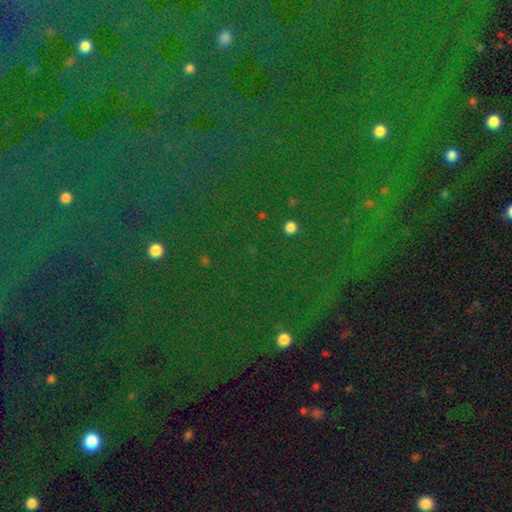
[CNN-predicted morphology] Smooth or featured?
  - star or artifact: 79% *
  - smooth: 13%
  - featured or disk: 9%